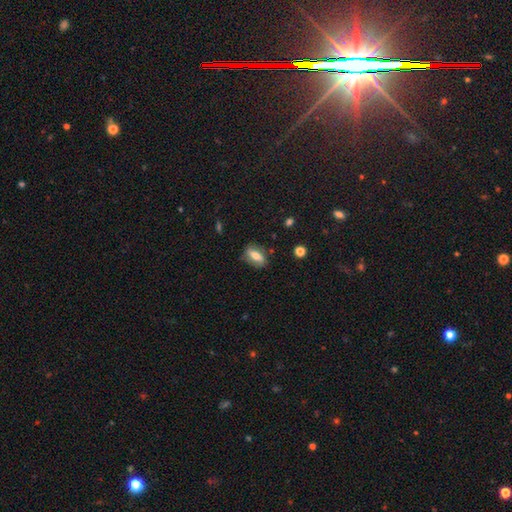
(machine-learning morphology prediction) smooth_or_featured: smooth (p=0.59) [alt: featured or disk p=0.33]
how_rounded: in between (p=0.77) [alt: cigar-shaped p=0.13]
merging: none (p=0.77) [alt: minor disturbance p=0.16]